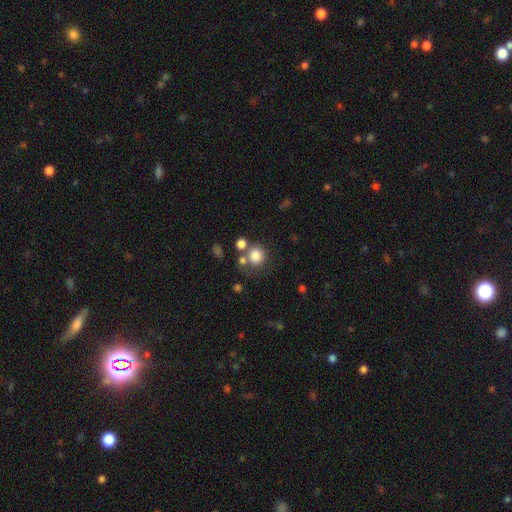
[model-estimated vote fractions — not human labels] smooth-or-featured: smooth: 80% | star or artifact: 12% | featured or disk: 8%
  how-rounded: round: 85% | in between: 14% | cigar-shaped: 1%
  merging: none: 61% | merger: 21% | minor disturbance: 12% | major disturbance: 6%